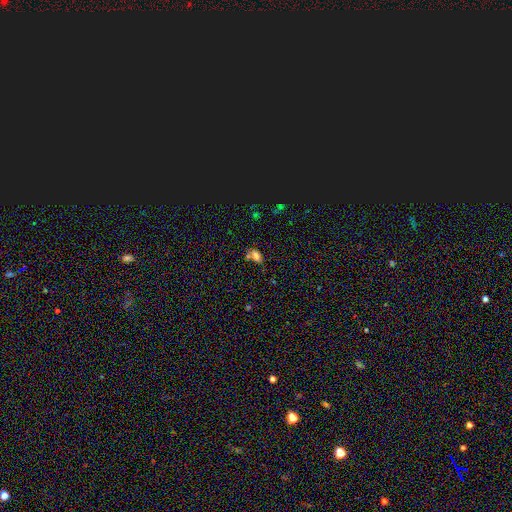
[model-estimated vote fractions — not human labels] This is likely a smooth galaxy (72%). How rounded: clearly in between (86%). Merging: possibly none (56%).